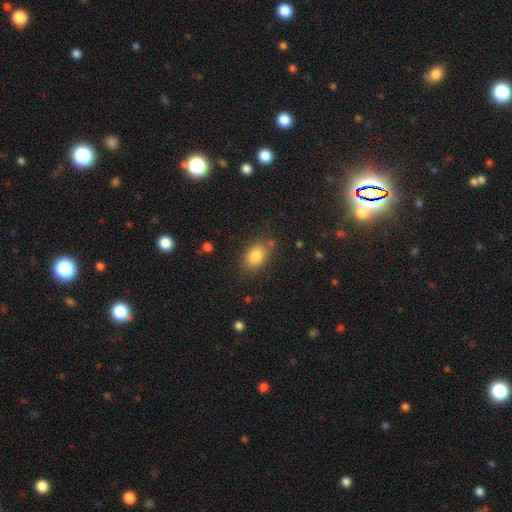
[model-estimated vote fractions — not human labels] Smooth or featured: smooth — 84% (star or artifact — 9%)
How rounded: in between — 77% (round — 22%)
Merging: none — 78% (minor disturbance — 14%)